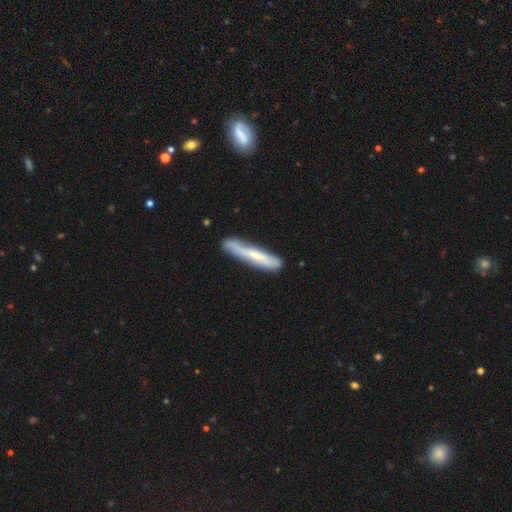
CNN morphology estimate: Smooth or featured?
  - smooth: 54% *
  - featured or disk: 39%
  - star or artifact: 6%
How rounded?
  - cigar-shaped: 92% *
  - in between: 6%
  - round: 1%
Merging?
  - none: 72% *
  - minor disturbance: 19%
  - major disturbance: 5%
  - merger: 3%